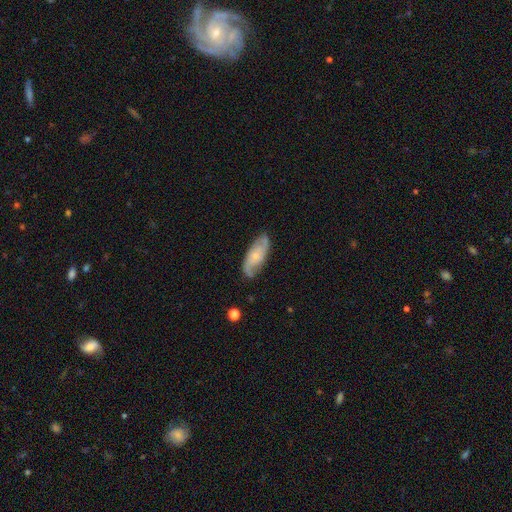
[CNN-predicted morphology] featured or disk 71%, smooth 23%, star or artifact 6%. Down the decision tree: edge-on disk — no (91%); bar — no (67%); spiral arms — yes (92%); spiral arm count — 2 (77%); spiral winding — medium (46%); bulge size — small (68%); merging — none (76%).